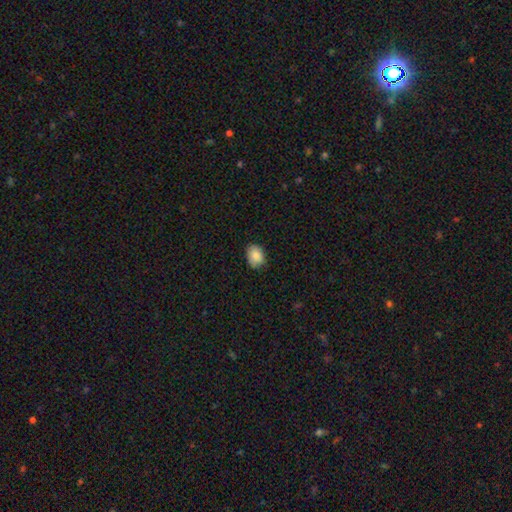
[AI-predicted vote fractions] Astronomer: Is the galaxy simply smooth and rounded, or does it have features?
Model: smooth — 86%.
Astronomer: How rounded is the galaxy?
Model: in between — 67%.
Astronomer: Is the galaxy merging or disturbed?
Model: none — 81%.